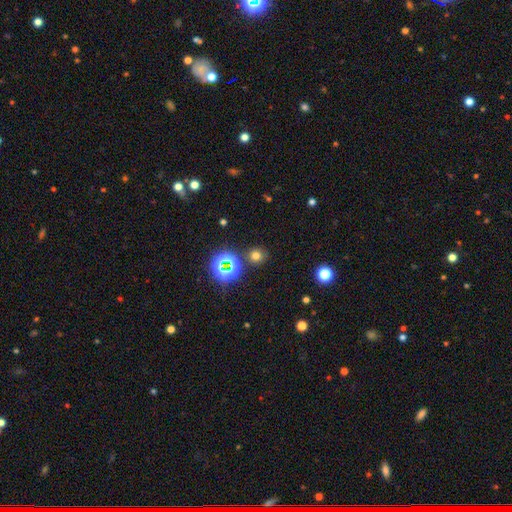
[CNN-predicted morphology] smooth 66%, star or artifact 27%, featured or disk 7%. Down the decision tree: how rounded — round (88%); merging — none (85%).